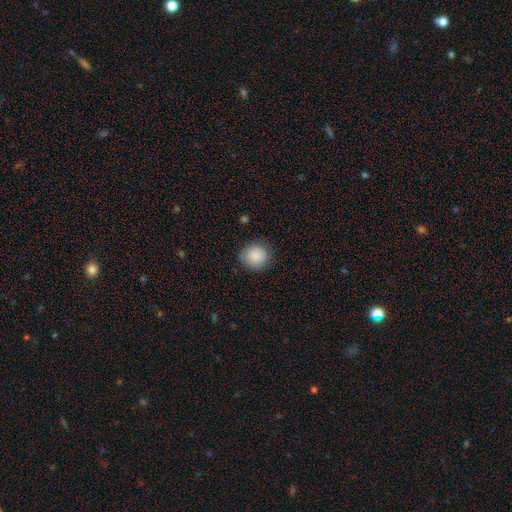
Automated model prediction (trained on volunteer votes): The model was most divided on "how rounded": round: 86%, in between: 13%, cigar-shaped: 1%. More confident: smooth or featured — smooth (89%); merging — none (85%).